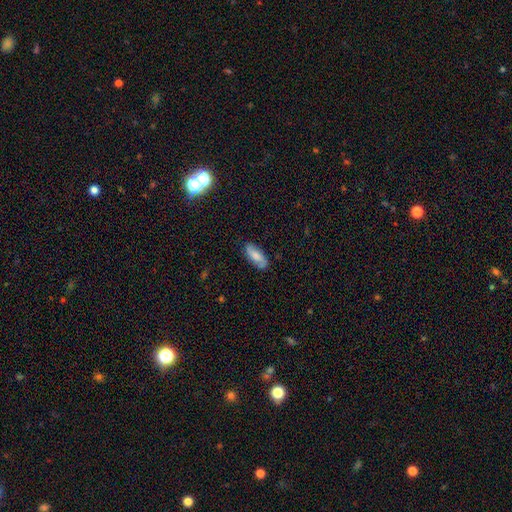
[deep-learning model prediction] Morphology: type=smooth (62%); roundness=in between (79%); merging=none (80%).